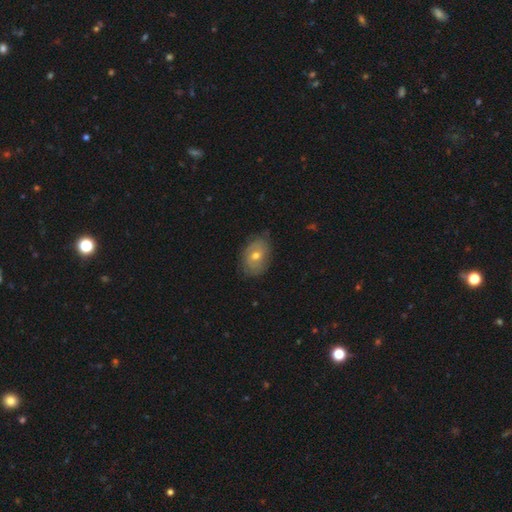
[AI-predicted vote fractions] Smooth or featured: featured or disk — 45% (tied with smooth — 45%)
Merging: none — 76% (minor disturbance — 19%)